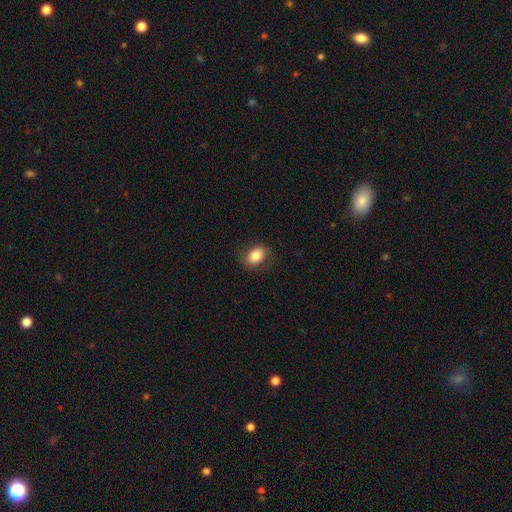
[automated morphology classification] This is clearly a smooth galaxy (81%). How rounded: likely in between (72%). Merging: clearly none (81%).